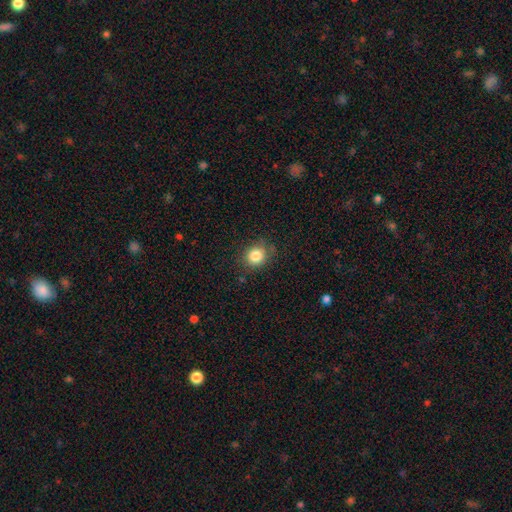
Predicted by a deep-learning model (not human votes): A smooth galaxy with no disk features (83%) that is round (78%). Merging: none (78%).